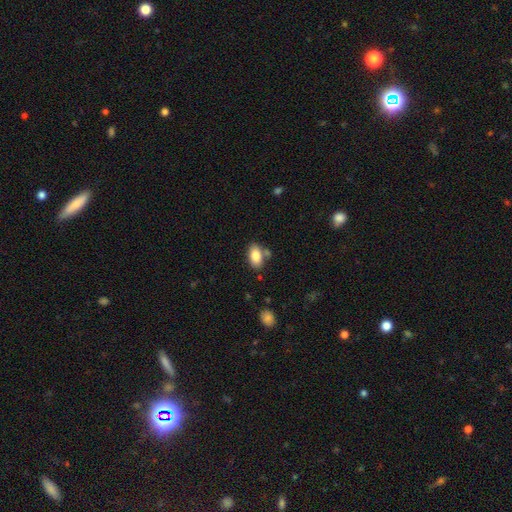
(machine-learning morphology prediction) A smooth galaxy with no disk features (84%) that is in between round and cigar-shaped (92%).

Vote fractions:
- Smooth or featured? smooth: 84% / featured or disk: 9% / star or artifact: 7%
- How rounded? in between: 92% / round: 6% / cigar-shaped: 2%
- Merging? none: 72% / minor disturbance: 13% / merger: 11% / major disturbance: 3%